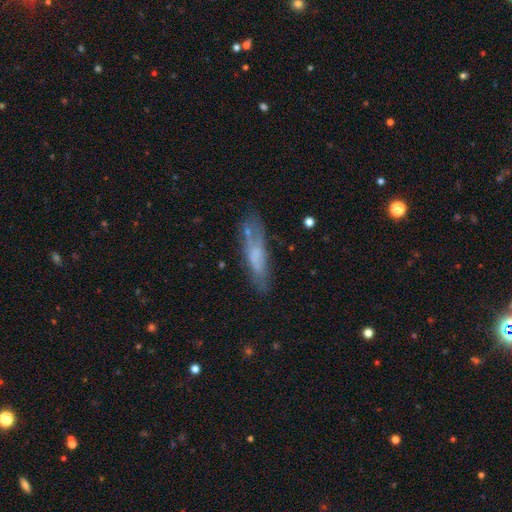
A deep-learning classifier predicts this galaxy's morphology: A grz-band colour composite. It shows a smooth galaxy with no disk features (51%) that is cigar-shaped (67%). Merging: none (59%).